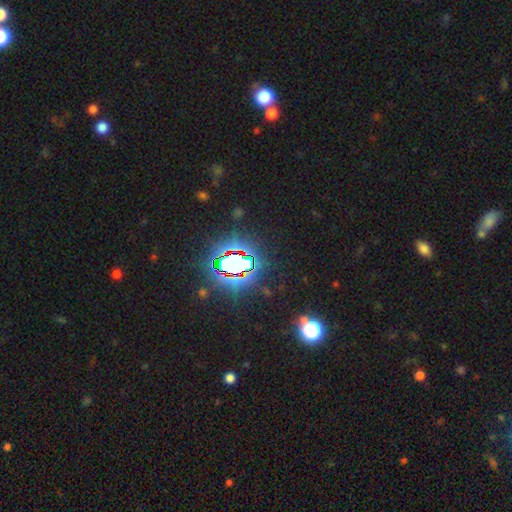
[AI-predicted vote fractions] A star or artifact, not a galaxy (85%).